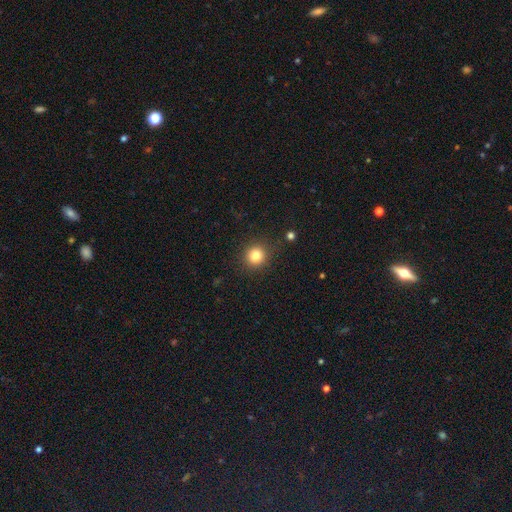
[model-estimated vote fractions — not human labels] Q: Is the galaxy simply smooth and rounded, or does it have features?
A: smooth — 82%.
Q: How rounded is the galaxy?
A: round — 92%.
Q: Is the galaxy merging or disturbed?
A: none — 88%.